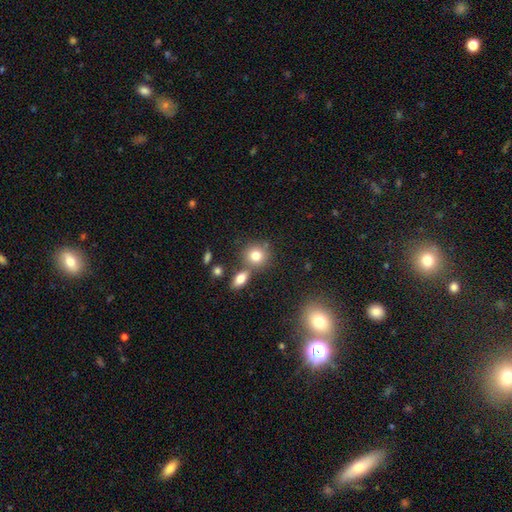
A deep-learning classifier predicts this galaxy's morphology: This is likely a smooth galaxy (80%). How rounded: clearly round (80%). Merging: likely none (61%).